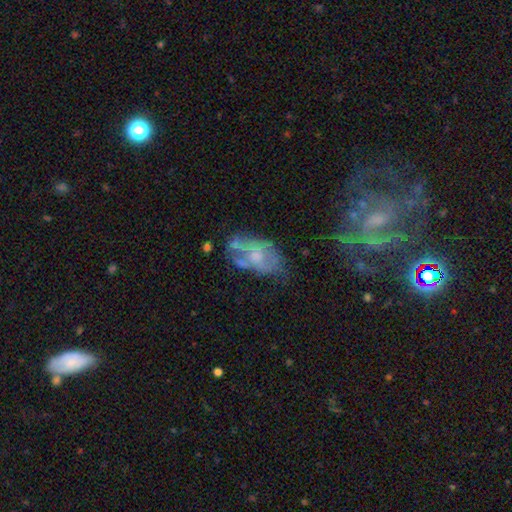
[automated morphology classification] This is possibly a featured or disk galaxy (58%). It is clearly not viewed edge-on (95%). Bar: clearly no (81%). Spiral arm pattern: likely no (72%). Central bulge: possibly moderate (45%). Merging: marginally none (42%).